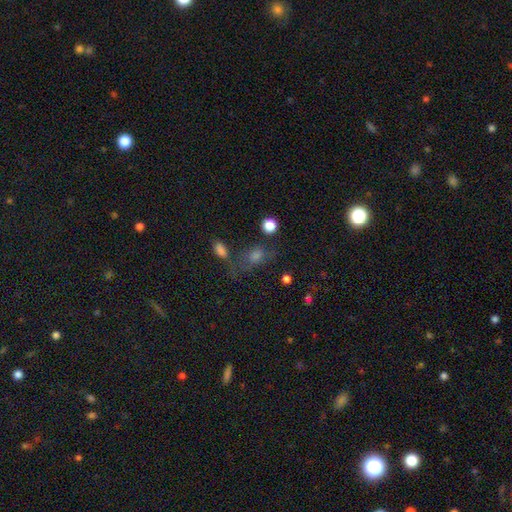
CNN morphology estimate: Smooth or featured? smooth (54%)
How rounded? in between (62%)
Merging? none (53%)